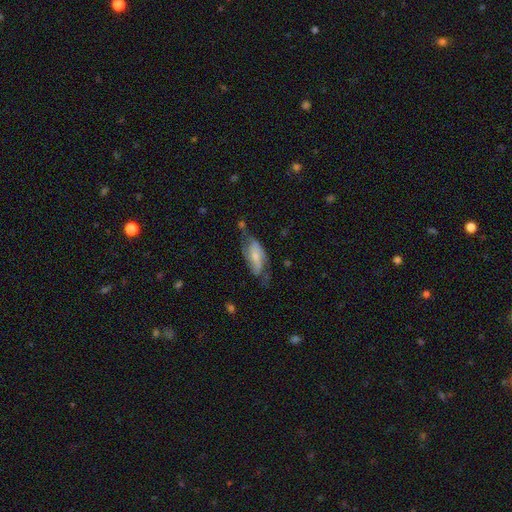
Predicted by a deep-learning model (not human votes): Overall: featured or disk (62%; smooth 31%). Edge-on disk: no (89%). Bar: no (44%; weak 36%). Spiral arms: yes (83%). Bulge size: small (50%; moderate 37%). Merging: none (46%; minor disturbance 28%).